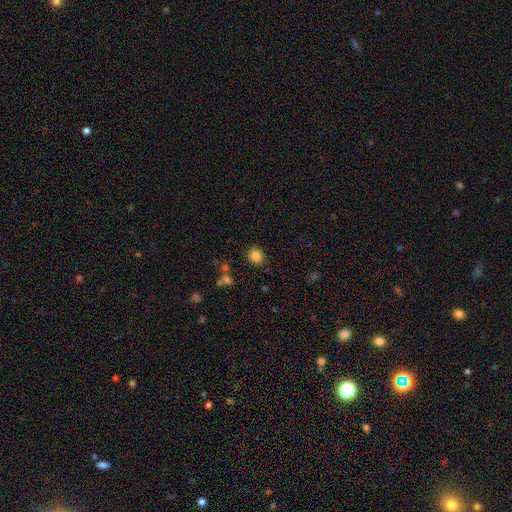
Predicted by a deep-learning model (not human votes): Morphology: type=smooth (82%); roundness=round (67%); merging=none (85%).